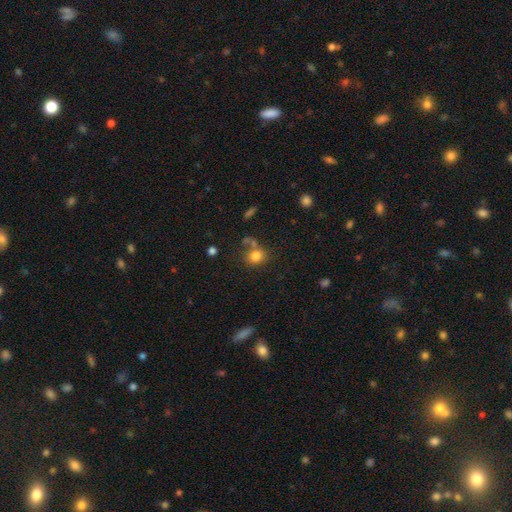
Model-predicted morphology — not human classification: Smooth or featured? smooth (80%)
How rounded? round (72%)
Merging? none (59%)